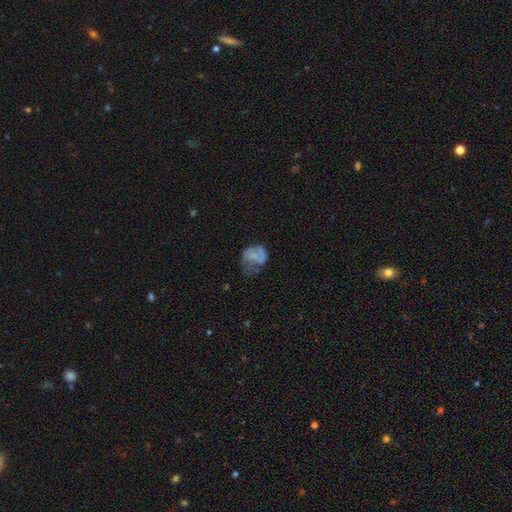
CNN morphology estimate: Smooth or featured? Predicted: smooth (p=0.52). How rounded? Predicted: round (p=0.51). Merging? Predicted: major disturbance (p=0.40).